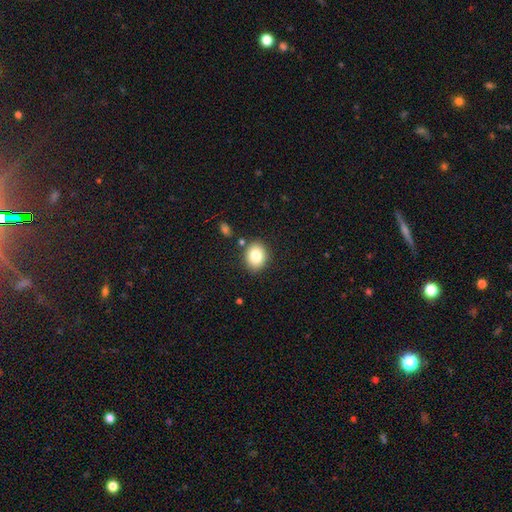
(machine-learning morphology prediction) Q: Smooth or featured?
A: smooth (82%); runner-up: star or artifact (9%)
Q: How rounded?
A: round (52%); runner-up: in between (47%)
Q: Merging?
A: none (83%); runner-up: minor disturbance (10%)